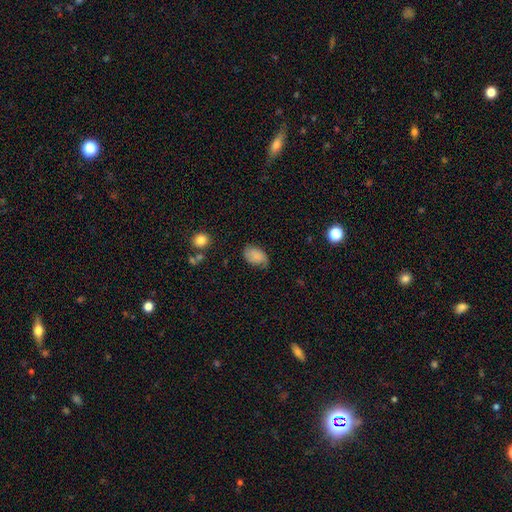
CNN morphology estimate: type=smooth (79%); roundness=in between (90%); merging=none (63%).